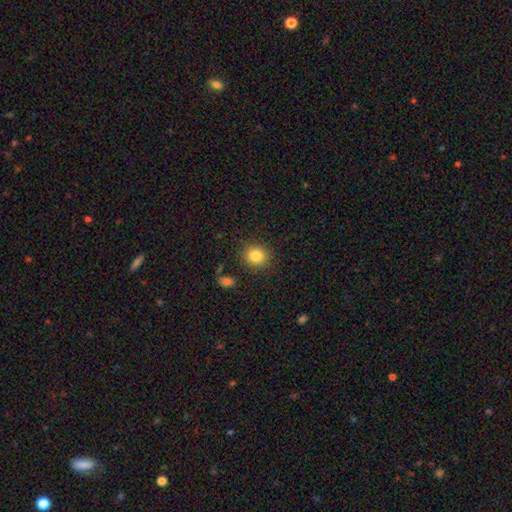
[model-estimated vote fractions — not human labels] This is clearly a smooth galaxy (84%). How rounded: clearly round (83%). Merging: clearly none (87%).